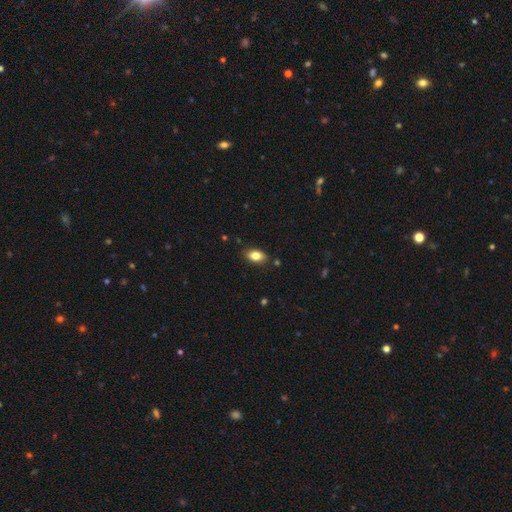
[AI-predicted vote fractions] Overall: smooth (82%). How rounded: in between (88%). Merging: none (85%).